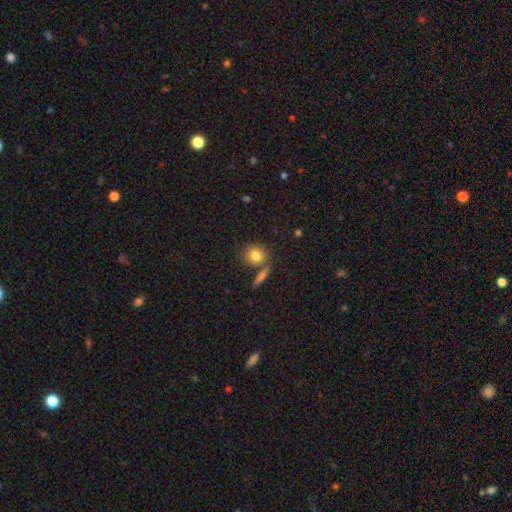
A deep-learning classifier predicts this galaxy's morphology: Smooth or featured?
  - smooth: 80% *
  - featured or disk: 11%
  - star or artifact: 9%
How rounded?
  - round: 77% *
  - in between: 20%
  - cigar-shaped: 2%
Merging?
  - none: 67% *
  - merger: 19%
  - minor disturbance: 11%
  - major disturbance: 4%